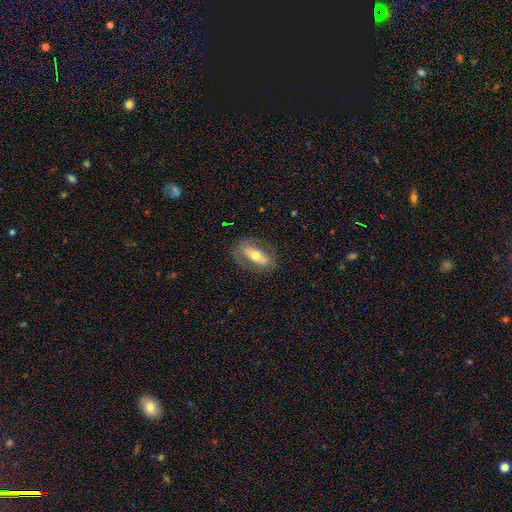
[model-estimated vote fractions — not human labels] Q: Smooth or featured?
A: smooth (49%); runner-up: featured or disk (44%)
Q: Merging?
A: none (78%); runner-up: minor disturbance (14%)